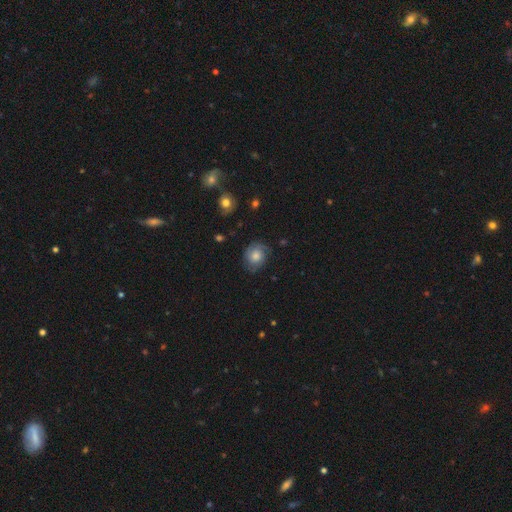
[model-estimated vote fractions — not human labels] Smooth or featured? smooth (46%)
Merging? none (73%)